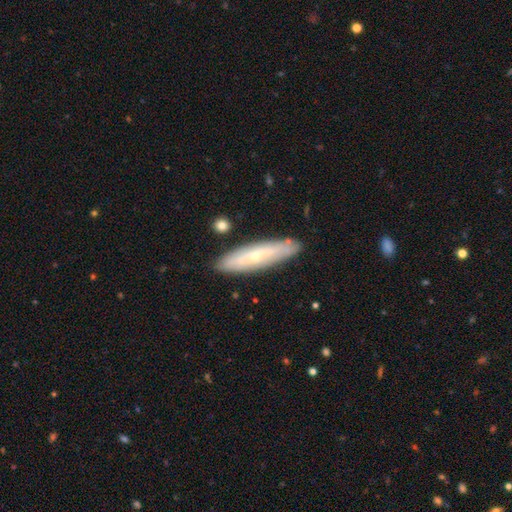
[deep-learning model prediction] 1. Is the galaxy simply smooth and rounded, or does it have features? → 49% featured or disk, 44% smooth, 7% star or artifact.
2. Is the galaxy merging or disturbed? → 85% none, 11% minor disturbance, 2% major disturbance, 2% merger.